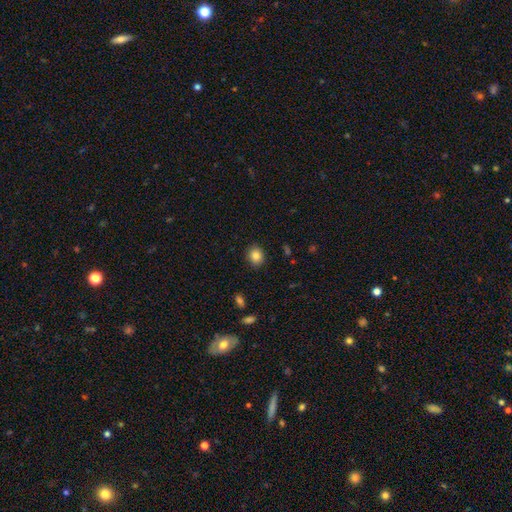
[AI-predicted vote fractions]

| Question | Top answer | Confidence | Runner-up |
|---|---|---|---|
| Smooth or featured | smooth | 84% | star or artifact (10%) |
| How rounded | round | 69% | in between (30%) |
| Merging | none | 89% | minor disturbance (7%) |